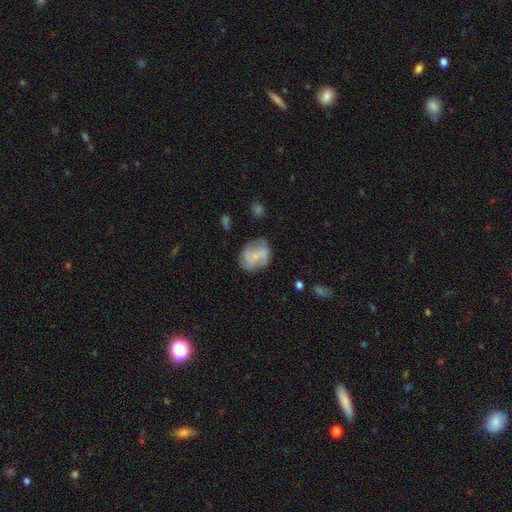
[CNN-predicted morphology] featured or disk 52%, smooth 40%, star or artifact 8%. Down the decision tree: edge-on disk — no (97%); bar — no (62%); spiral arms — yes (64%); bulge size — small (59%); merging — none (60%).